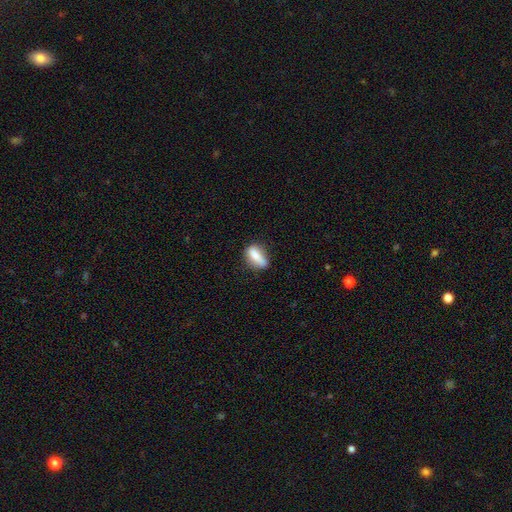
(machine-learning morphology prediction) Smooth or featured? smooth (74%)
How rounded? in between (65%)
Merging? none (61%)